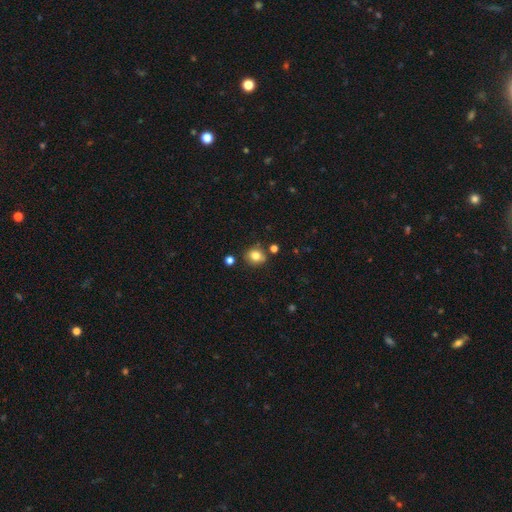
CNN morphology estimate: Q: Smooth or featured?
A: smooth (81%); runner-up: star or artifact (11%)
Q: How rounded?
A: round (68%); runner-up: in between (31%)
Q: Merging?
A: none (78%); runner-up: minor disturbance (13%)